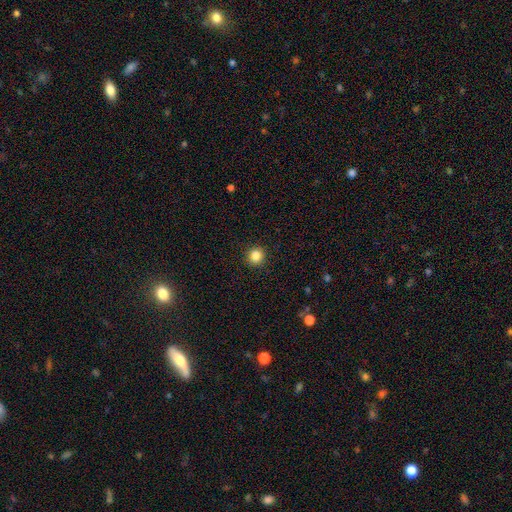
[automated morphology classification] smooth 86%, star or artifact 11%, featured or disk 4%. Down the decision tree: how rounded — round (91%); merging — none (92%).